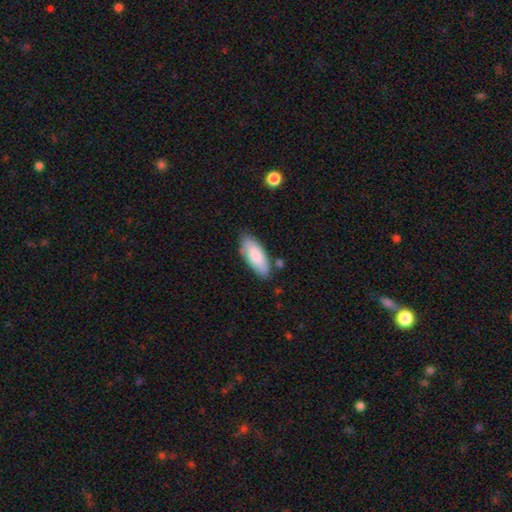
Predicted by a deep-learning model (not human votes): Overall: smooth (82%). How rounded: in between (81%). Merging: none (79%).